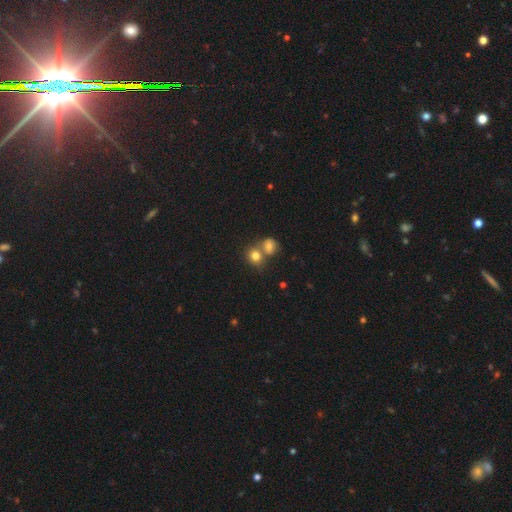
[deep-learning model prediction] smooth-or-featured: smooth: 78% | star or artifact: 12% | featured or disk: 9%
  how-rounded: round: 76% | in between: 23% | cigar-shaped: 1%
  merging: merger: 48% | none: 42% | minor disturbance: 7% | major disturbance: 3%